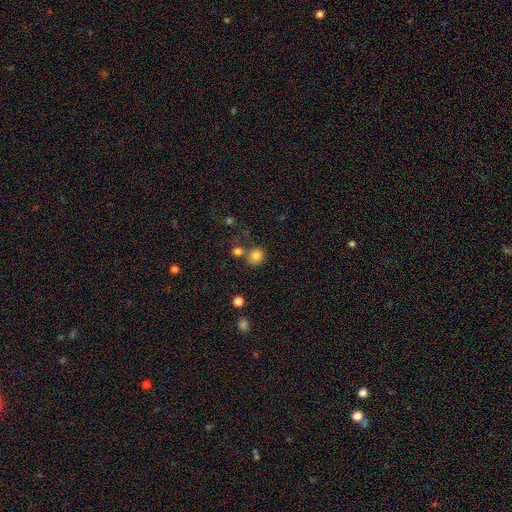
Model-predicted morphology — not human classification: Smooth or featured: smooth — 82% (star or artifact — 11%)
How rounded: round — 77% (in between — 22%)
Merging: none — 59% (merger — 24%)